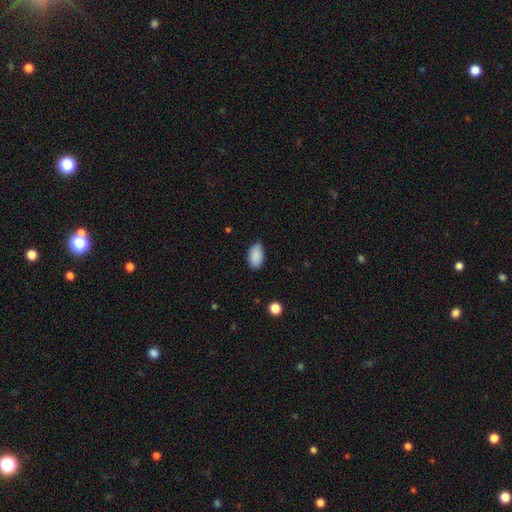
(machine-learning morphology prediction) type=smooth (89%); roundness=in between (94%); merging=none (81%).